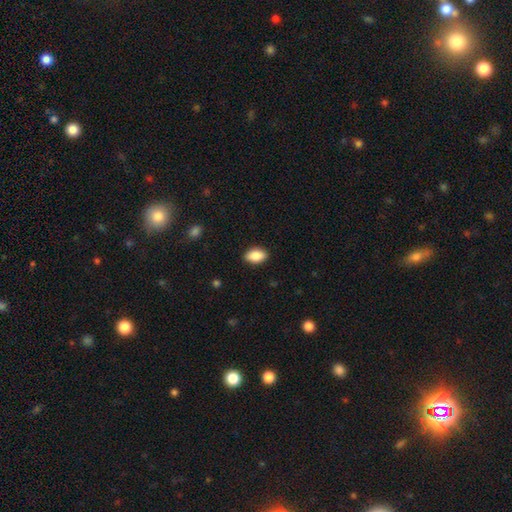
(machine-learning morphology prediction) The model was most divided on "smooth or featured": smooth: 85%, featured or disk: 8%, star or artifact: 7%. More confident: how rounded — in between (89%); merging — none (88%).